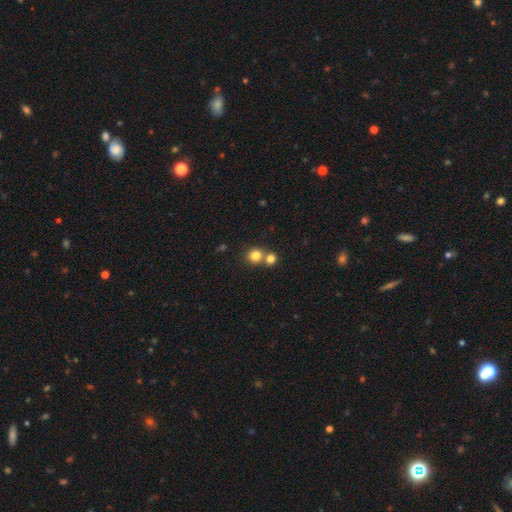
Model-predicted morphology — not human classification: Smooth or featured? Predicted: smooth (p=0.81). How rounded? Predicted: round (p=0.85). Merging? Predicted: none (p=0.51).